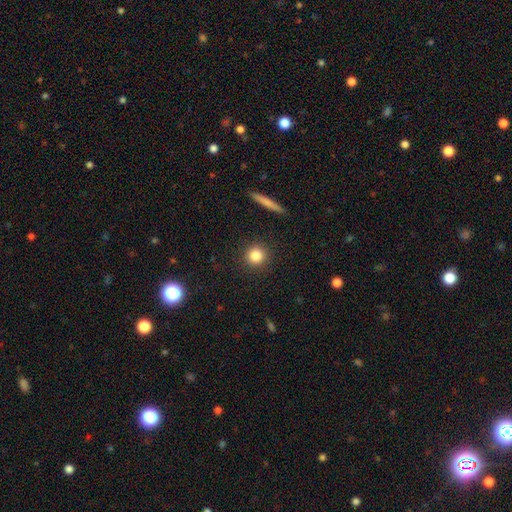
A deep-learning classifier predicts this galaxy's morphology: This is clearly a smooth galaxy (83%). How rounded: clearly round (93%). Merging: clearly none (91%).